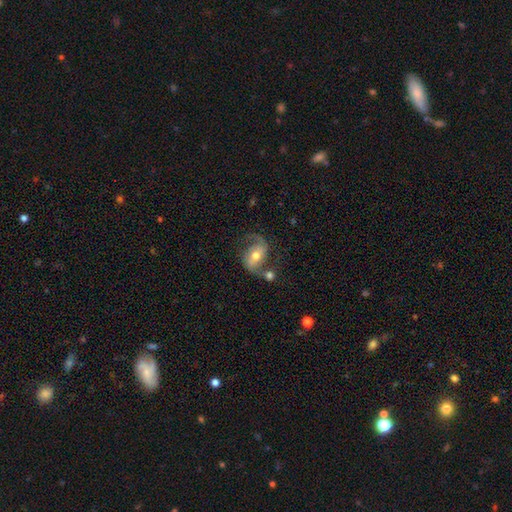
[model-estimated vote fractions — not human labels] Smooth or featured?
  - featured or disk: 78% *
  - smooth: 15%
  - star or artifact: 7%
Edge-on disk?
  - no: 97% *
  - yes: 3%
Bar?
  - no: 44% *
  - weak: 38%
  - strong: 18%
Spiral arms?
  - yes: 93% *
  - no: 7%
Spiral winding?
  - loose: 44% * (tied)
  - medium: 44% * (tied)
  - tight: 12%
Spiral arm count?
  - 2: 88% *
  - 1: 5%
  - can't tell: 3%
  - 3: 1%
  - 4: 1%
  - more than 4: 1%
Bulge size?
  - moderate: 73% *
  - small: 17%
  - large: 8%
  - none: 1%
  - dominant: 1%
Merging?
  - none: 57% *
  - minor disturbance: 18%
  - merger: 13%
  - major disturbance: 12%